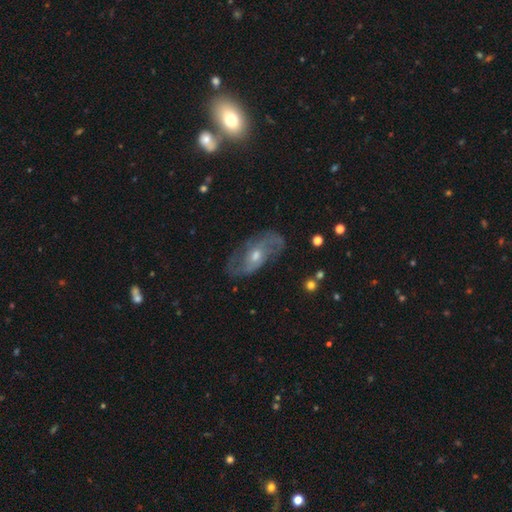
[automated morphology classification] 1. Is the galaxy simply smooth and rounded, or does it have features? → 76% featured or disk, 14% smooth, 10% star or artifact.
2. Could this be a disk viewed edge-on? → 92% no, 8% yes.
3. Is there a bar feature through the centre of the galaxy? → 59% no, 33% weak, 8% strong.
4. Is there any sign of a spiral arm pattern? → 87% yes, 13% no.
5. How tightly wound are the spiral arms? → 44% medium, 28% tight, 27% loose.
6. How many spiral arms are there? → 66% 2, 22% can't tell, 5% 3, 3% 1, 2% 4, 2% more than 4.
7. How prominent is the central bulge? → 57% moderate, 38% small, 3% large, 1% none, 1% dominant.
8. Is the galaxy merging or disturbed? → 74% none, 17% minor disturbance, 7% major disturbance, 2% merger.